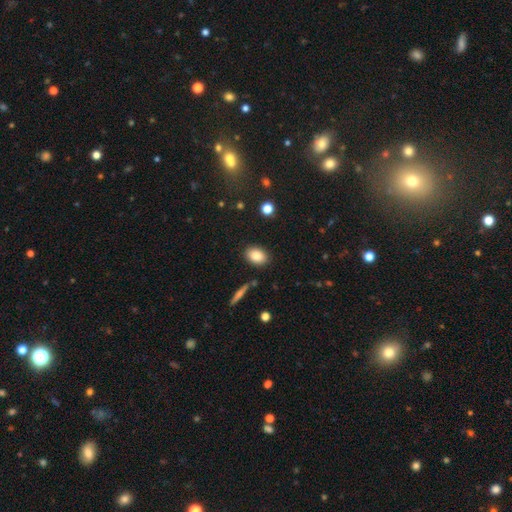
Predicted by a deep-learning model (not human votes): A smooth galaxy with no disk features (85%) that is in between round and cigar-shaped (80%).

Vote fractions:
- Smooth or featured? smooth: 85% / star or artifact: 8% / featured or disk: 7%
- How rounded? in between: 80% / round: 18% / cigar-shaped: 2%
- Merging? none: 87% / minor disturbance: 9% / merger: 2% / major disturbance: 2%